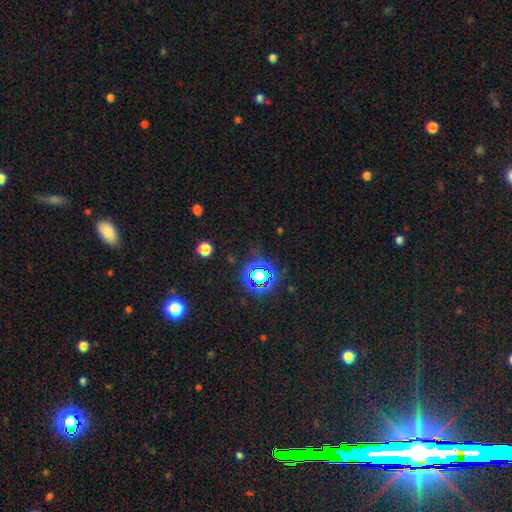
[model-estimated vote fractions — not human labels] A star or artifact, not a galaxy (79%).

Vote fractions:
- Smooth or featured? star or artifact: 79% / smooth: 14% / featured or disk: 7%